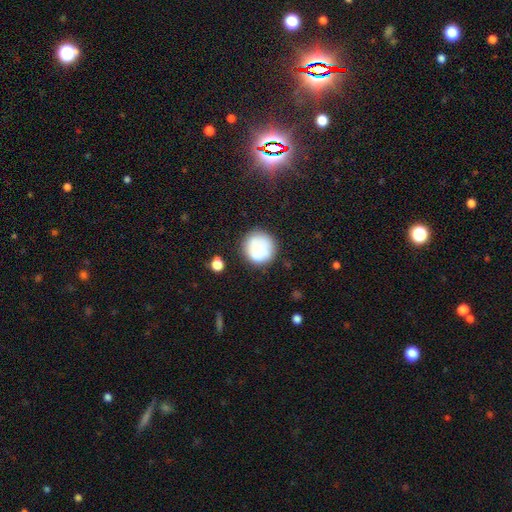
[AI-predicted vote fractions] Overall: smooth (68%). How rounded: round (93%). Merging: none (78%).